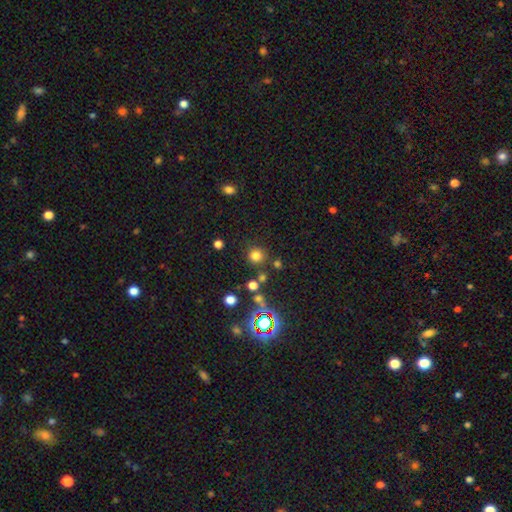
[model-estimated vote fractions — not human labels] smooth 72%, star or artifact 22%, featured or disk 6%. Down the decision tree: how rounded — round (93%); merging — none (81%).